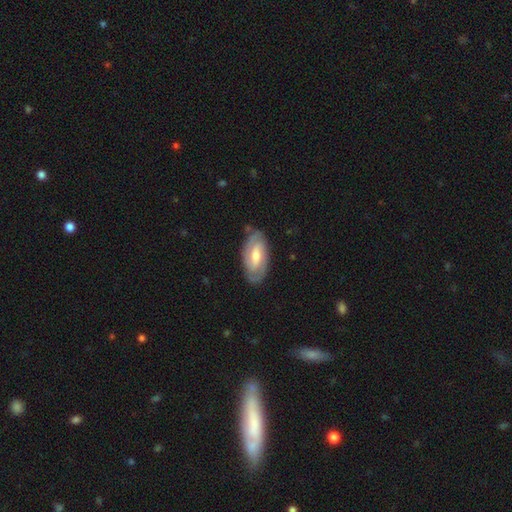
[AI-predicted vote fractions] A featured or disk galaxy (73%) with a weak bar (50%), 2 (71%) tight (56%) spiral arms (87%) and a moderate central bulge (62%). Merging: none (81%).